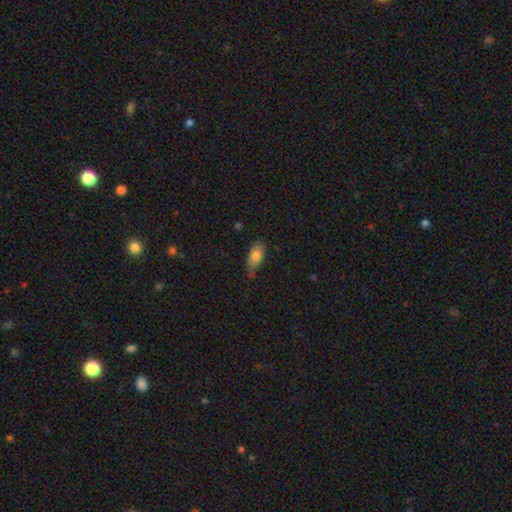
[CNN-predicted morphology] Smooth or featured? smooth (80%)
How rounded? in between (88%)
Merging? none (63%)